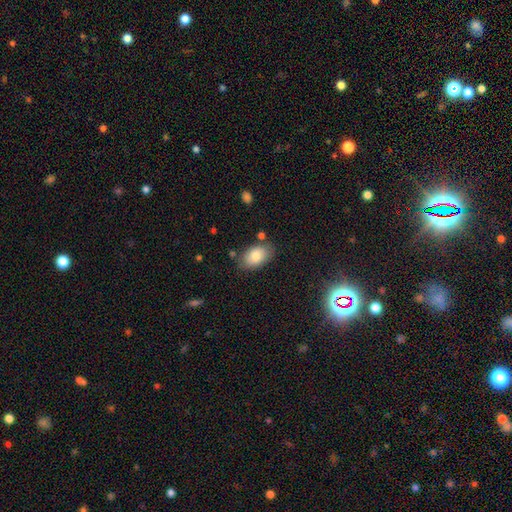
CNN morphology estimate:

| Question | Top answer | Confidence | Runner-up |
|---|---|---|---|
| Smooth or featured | smooth | 81% | featured or disk (12%) |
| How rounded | in between | 91% | round (7%) |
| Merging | none | 76% | minor disturbance (16%) |